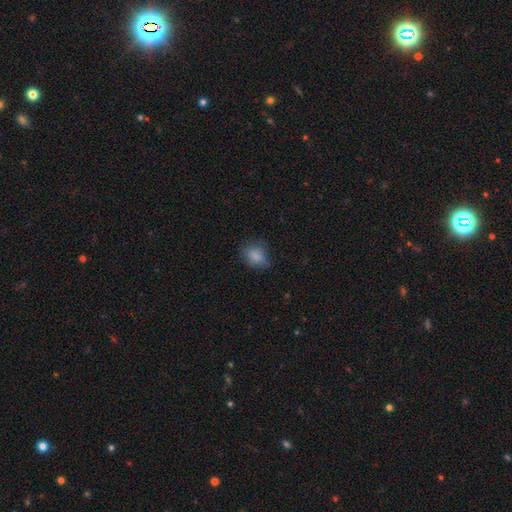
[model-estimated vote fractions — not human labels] smooth_or_featured: smooth (p=0.83) [alt: star or artifact p=0.09]
how_rounded: in between (p=0.59) [alt: round p=0.40]
merging: none (p=0.66) [alt: minor disturbance p=0.26]